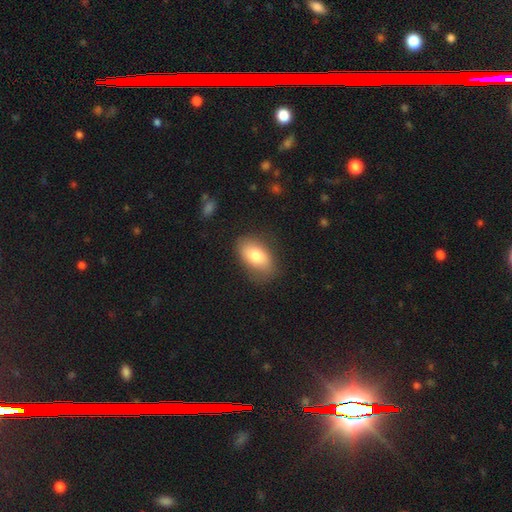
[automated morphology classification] A smooth galaxy with no disk features (78%) that is in between round and cigar-shaped (92%). Merging: none (77%).